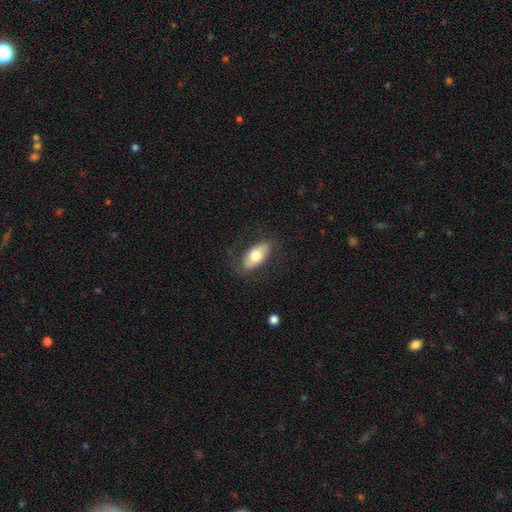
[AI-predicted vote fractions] Smooth or featured?
  - smooth: 69% *
  - featured or disk: 25%
  - star or artifact: 6%
How rounded?
  - in between: 88% *
  - cigar-shaped: 8%
  - round: 3%
Merging?
  - none: 78% *
  - minor disturbance: 15%
  - major disturbance: 6%
  - merger: 1%